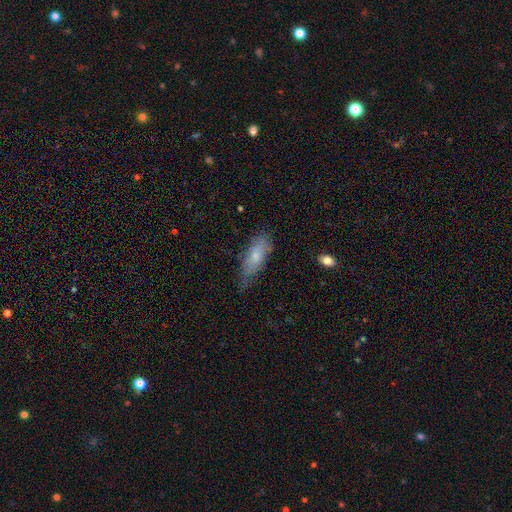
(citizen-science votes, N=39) This appears to be a smooth galaxy with no disk features (82%) that is in between round and cigar-shaped (56%). Merging: none (50%).